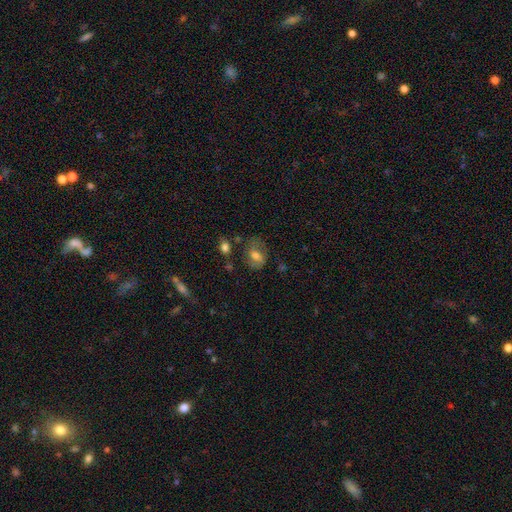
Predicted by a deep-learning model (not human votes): smooth_or_featured: smooth (p=0.61) [alt: featured or disk p=0.29]
how_rounded: in between (p=0.69) [alt: round p=0.29]
merging: none (p=0.58) [alt: minor disturbance p=0.24]